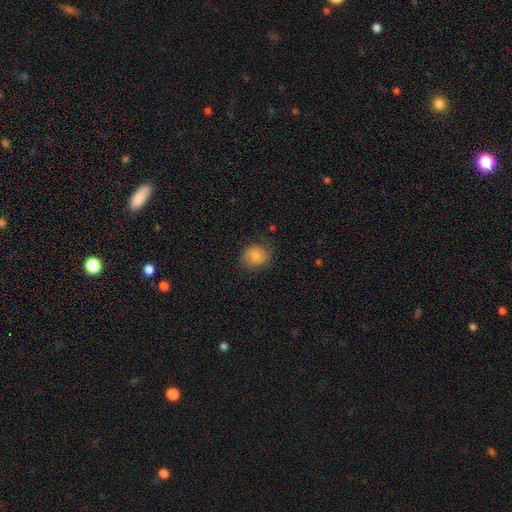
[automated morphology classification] This appears to be a smooth galaxy with no disk features (78%) that is round (73%). Merging: none (75%).